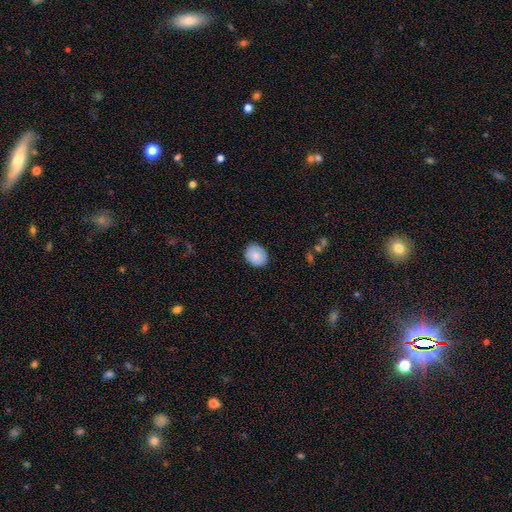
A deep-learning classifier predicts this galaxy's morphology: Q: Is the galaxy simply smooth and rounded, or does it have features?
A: smooth — 85%.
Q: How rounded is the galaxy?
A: round — 51%.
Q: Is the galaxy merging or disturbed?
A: none — 86%.